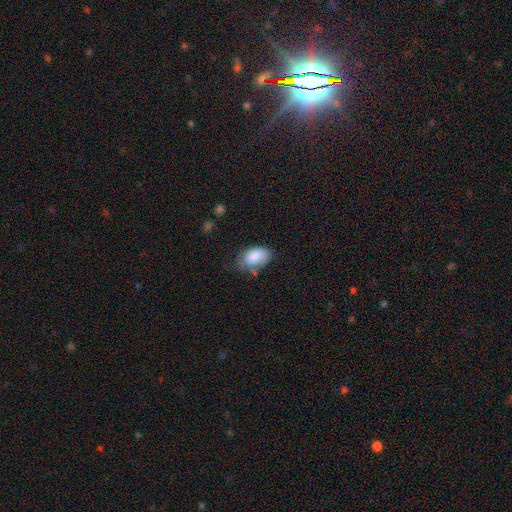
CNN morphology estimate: Smooth or featured? smooth (83%)
How rounded? in between (91%)
Merging? none (47%)